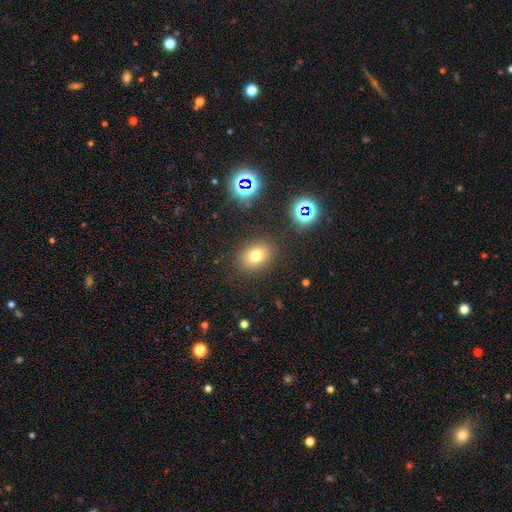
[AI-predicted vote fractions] A smooth galaxy with no disk features (72%) that is in between round and cigar-shaped (56%). Merging: none (85%).